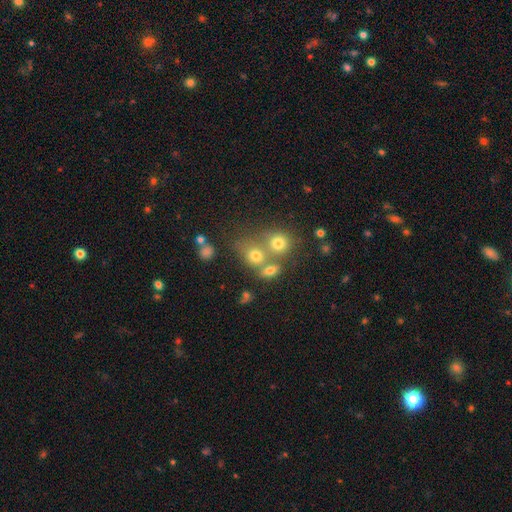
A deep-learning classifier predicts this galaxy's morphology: A smooth galaxy with no disk features (71%) that is round (67%).

Vote fractions:
- Smooth or featured? smooth: 71% / star or artifact: 17% / featured or disk: 13%
- How rounded? round: 67% / in between: 32% / cigar-shaped: 2%
- Merging? none: 44% / merger: 39% / minor disturbance: 11% / major disturbance: 6%